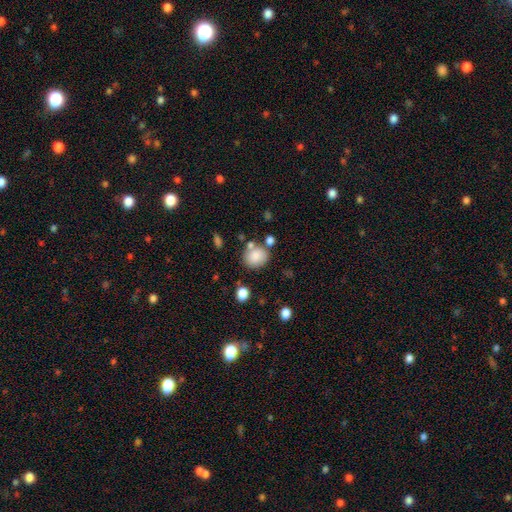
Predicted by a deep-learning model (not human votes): Overall: smooth (84%). How rounded: round (66%; in between 33%). Merging: none (67%).